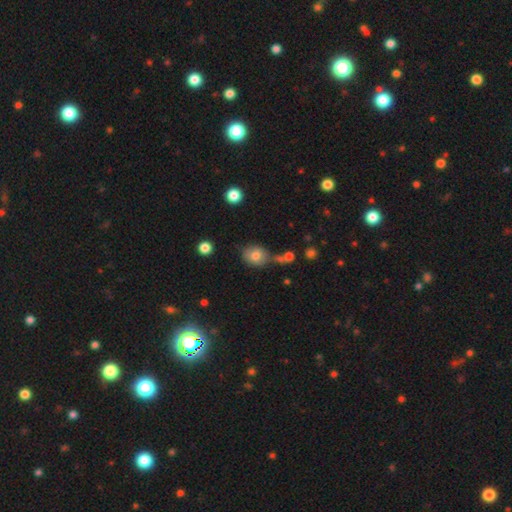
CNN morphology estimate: smooth_or_featured: smooth (p=0.77) [alt: featured or disk p=0.13]
how_rounded: round (p=0.58) [alt: in between p=0.41]
merging: none (p=0.54) [alt: merger p=0.20]